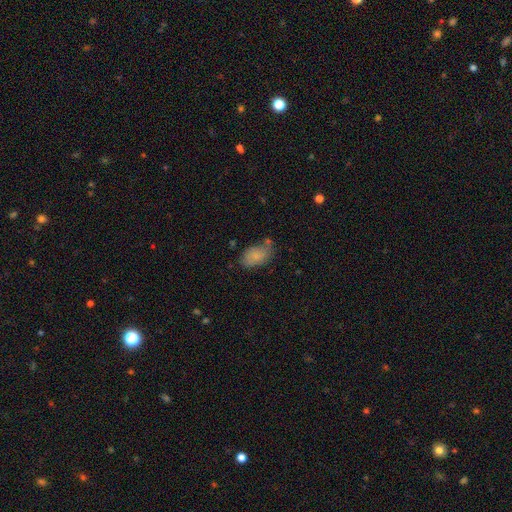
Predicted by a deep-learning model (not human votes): Morphology: type=smooth (81%); roundness=in between (92%); merging=none (60%).